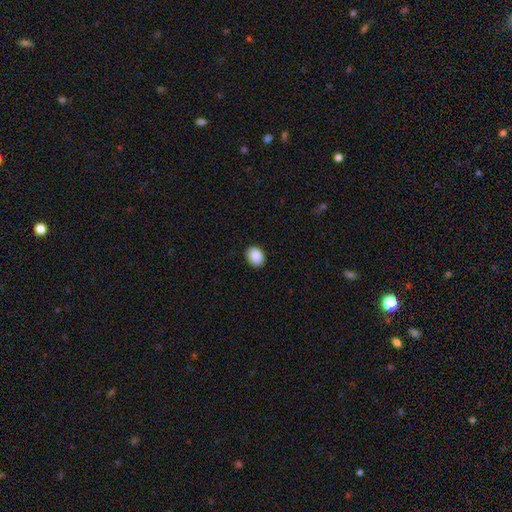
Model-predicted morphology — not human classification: Smooth or featured?
  - smooth: 89% *
  - star or artifact: 8%
  - featured or disk: 4%
How rounded?
  - in between: 58% *
  - round: 41%
  - cigar-shaped: 1%
Merging?
  - none: 90% *
  - minor disturbance: 7%
  - major disturbance: 2%
  - merger: 1%